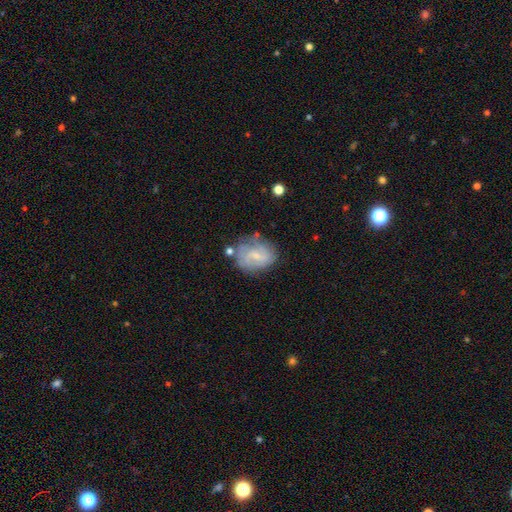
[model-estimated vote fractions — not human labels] A featured or disk galaxy (59%) with a weak bar (48%), spiral arms (73%) and a small central bulge (63%). Merging: none (58%).